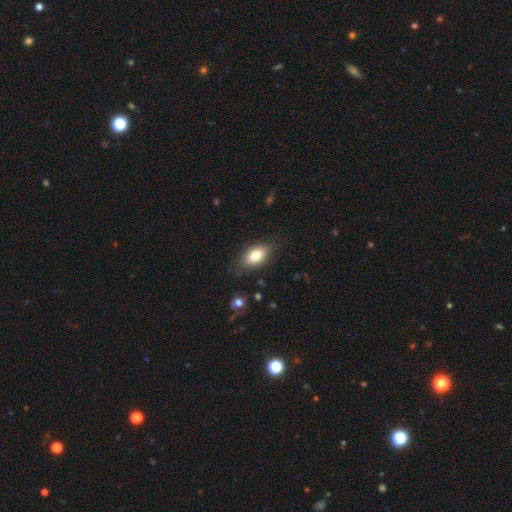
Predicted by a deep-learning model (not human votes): Smooth or featured?
  - smooth: 79% *
  - featured or disk: 13%
  - star or artifact: 8%
How rounded?
  - in between: 89% *
  - round: 8%
  - cigar-shaped: 3%
Merging?
  - none: 81% *
  - minor disturbance: 14%
  - major disturbance: 4%
  - merger: 1%